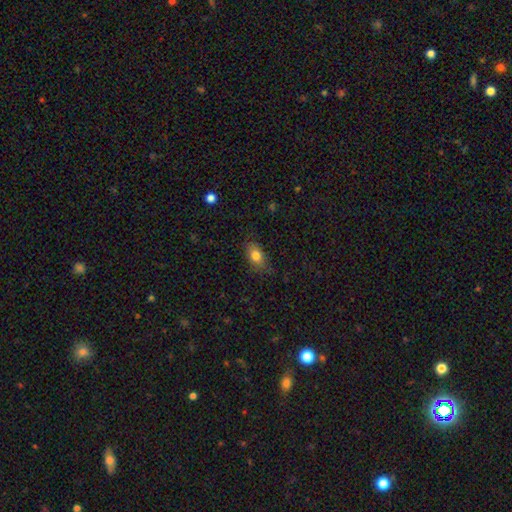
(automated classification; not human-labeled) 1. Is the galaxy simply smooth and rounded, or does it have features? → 80% smooth, 10% featured or disk, 10% star or artifact.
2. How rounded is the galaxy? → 79% in between, 17% round, 4% cigar-shaped.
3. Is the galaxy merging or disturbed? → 77% none, 17% minor disturbance, 4% major disturbance, 1% merger.